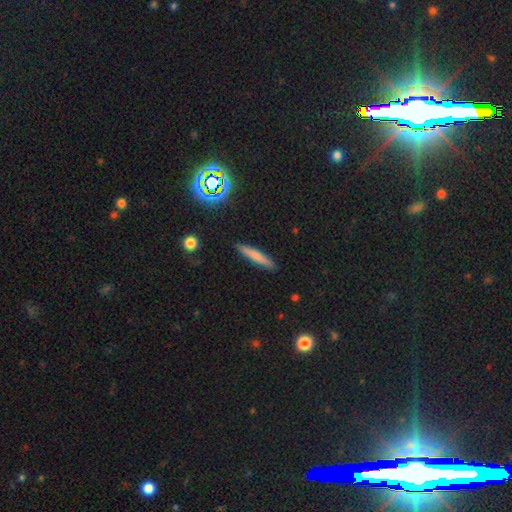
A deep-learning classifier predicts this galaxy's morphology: smooth 69%, featured or disk 23%, star or artifact 9%. Down the decision tree: how rounded — cigar-shaped (92%); merging — none (91%).